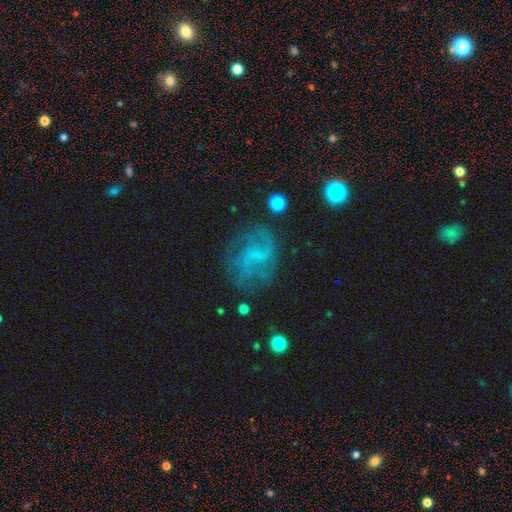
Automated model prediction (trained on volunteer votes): smooth-or-featured: featured or disk: 64% | smooth: 23% | star or artifact: 13%
  disk-edge-on: no: 98% | yes: 2%
    bar: no: 46% | weak: 42% | strong: 12%
    has-spiral-arms: yes: 80% | no: 20%
      spiral-winding: loose: 47% | medium: 37% | tight: 16%
      spiral-arm-count: 2: 56% | can't tell: 23% | 3: 9% | 1: 6% | 4: 3% | more than 4: 3%
    bulge-size: none: 58% | small: 27% | moderate: 11% | large: 2% | dominant: 1%
  merging: none: 61% | minor disturbance: 19% | major disturbance: 17% | merger: 3%